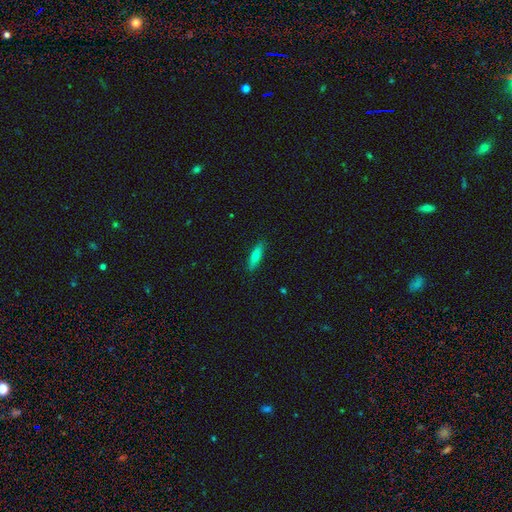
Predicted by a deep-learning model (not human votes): Morphology: type=smooth (62%); roundness=cigar-shaped (69%); merging=none (89%).